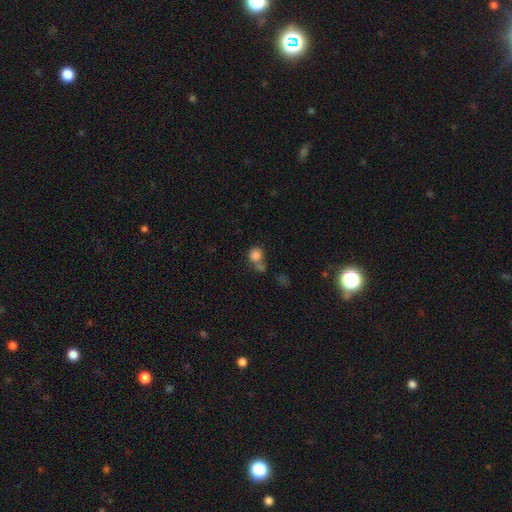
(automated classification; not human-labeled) smooth 83%, star or artifact 11%, featured or disk 6%. Down the decision tree: how rounded — round (86%); merging — none (47%).